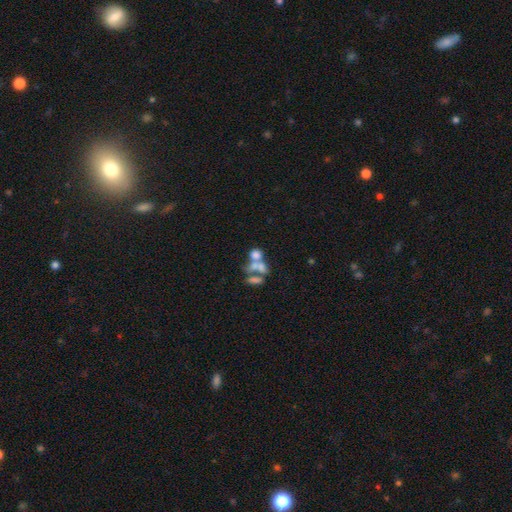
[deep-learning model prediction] This appears to be a smooth galaxy with no disk features (54%) that is in between round and cigar-shaped (59%). Merging: merger (59%).